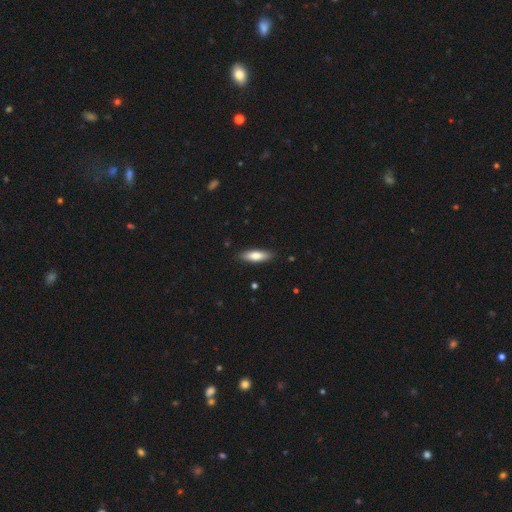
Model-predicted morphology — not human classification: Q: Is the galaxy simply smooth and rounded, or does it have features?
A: smooth — 76%.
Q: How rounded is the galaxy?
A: cigar-shaped — 51%.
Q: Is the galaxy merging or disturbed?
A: none — 88%.